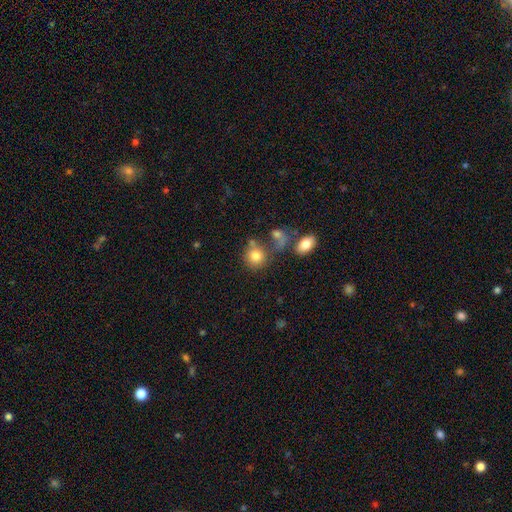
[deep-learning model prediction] The model was most divided on "merging": none: 51%, merger: 26%, minor disturbance: 13%, major disturbance: 10%. More confident: smooth or featured — smooth (81%); how rounded — round (78%).